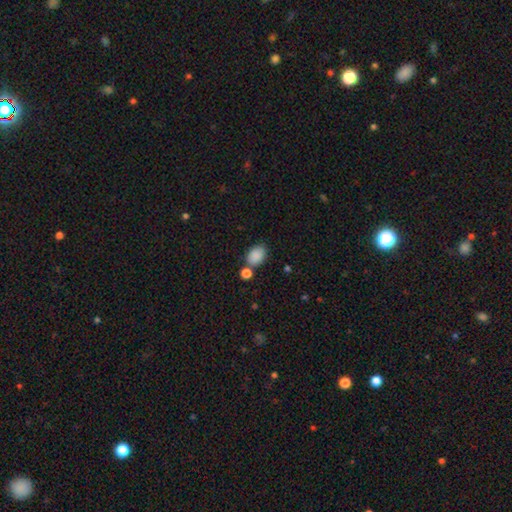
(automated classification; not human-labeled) smooth-or-featured: smooth: 88% | star or artifact: 8% | featured or disk: 4%
  how-rounded: in between: 80% | round: 19% | cigar-shaped: 1%
  merging: none: 67% | minor disturbance: 14% | merger: 14% | major disturbance: 4%